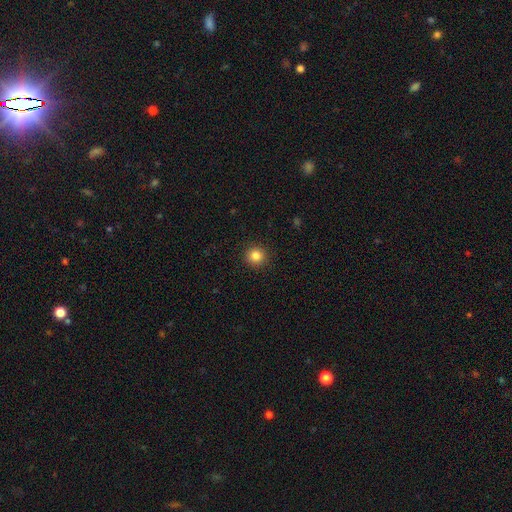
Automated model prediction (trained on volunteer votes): A smooth galaxy with no disk features (84%) that is round (94%). Merging: none (92%).